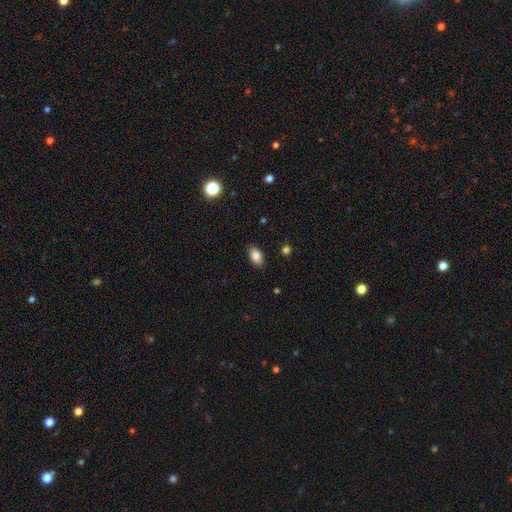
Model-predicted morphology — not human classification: Q: Smooth or featured?
A: smooth (86%); runner-up: star or artifact (9%)
Q: How rounded?
A: in between (90%); runner-up: round (8%)
Q: Merging?
A: none (86%); runner-up: minor disturbance (11%)